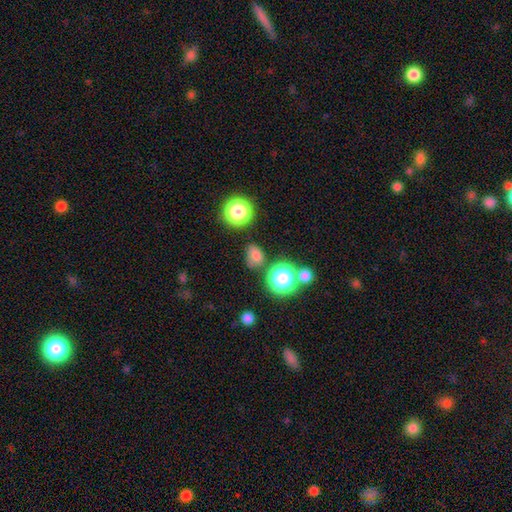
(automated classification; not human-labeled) The model was most divided on "how rounded": in between: 52%, round: 47%, cigar-shaped: 1%. More confident: smooth or featured — smooth (71%); merging — none (68%).